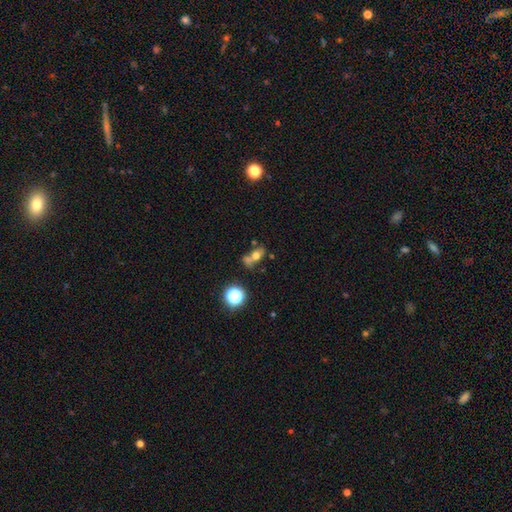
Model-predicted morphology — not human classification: Smooth or featured? smooth (58%)
How rounded? in between (60%)
Merging? merger (39%)